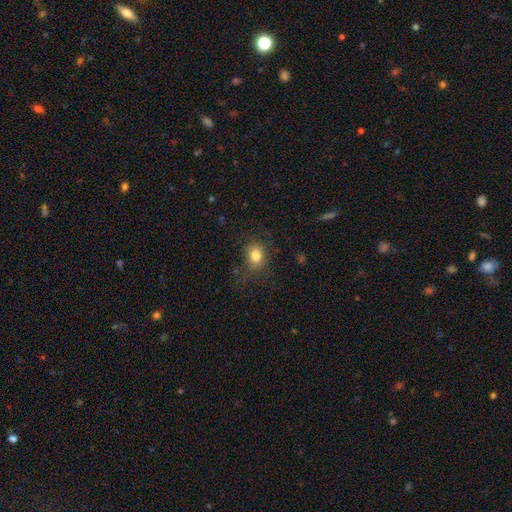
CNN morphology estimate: Smooth or featured? smooth (81%)
How rounded? round (60%)
Merging? none (76%)